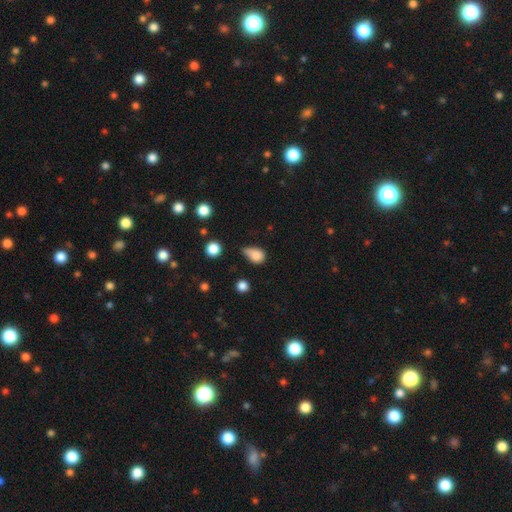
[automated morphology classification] type=smooth (79%); roundness=in between (64%); merging=minor disturbance (46%).